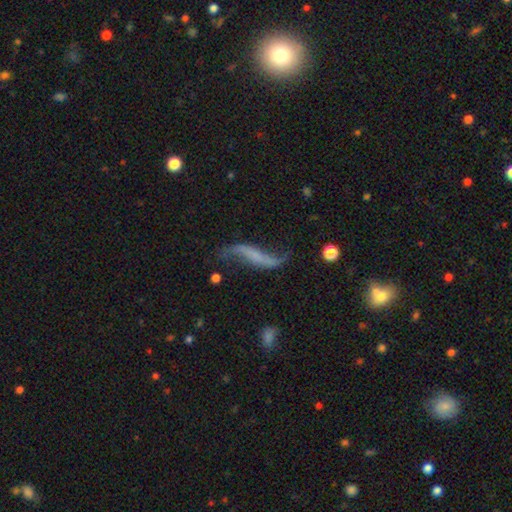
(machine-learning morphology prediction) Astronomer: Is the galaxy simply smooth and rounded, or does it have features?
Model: featured or disk — 78%.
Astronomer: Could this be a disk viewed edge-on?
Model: no — 82%.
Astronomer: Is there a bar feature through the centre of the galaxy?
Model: no — 44% (runner-up: strong, 29%).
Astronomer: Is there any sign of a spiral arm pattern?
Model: yes — 90%.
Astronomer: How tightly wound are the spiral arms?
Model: loose — 95%.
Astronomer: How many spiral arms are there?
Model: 2 — 91%.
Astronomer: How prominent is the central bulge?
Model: none — 66%.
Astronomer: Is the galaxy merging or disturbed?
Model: none — 61%.